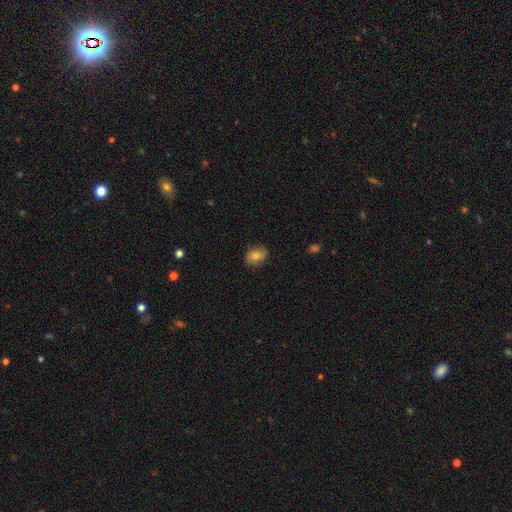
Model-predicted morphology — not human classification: The model was most divided on "how rounded": in between: 66%, round: 33%, cigar-shaped: 1%. More confident: merging — none (80%); smooth or featured — smooth (72%).